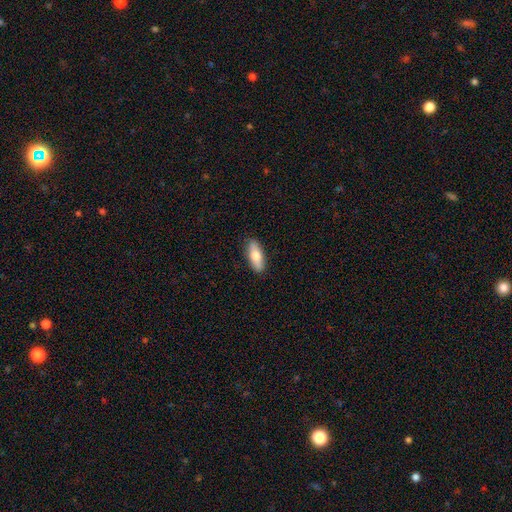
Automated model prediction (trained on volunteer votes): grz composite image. It shows a smooth galaxy with no disk features (72%) that is in between round and cigar-shaped (66%). Merging: none (88%).